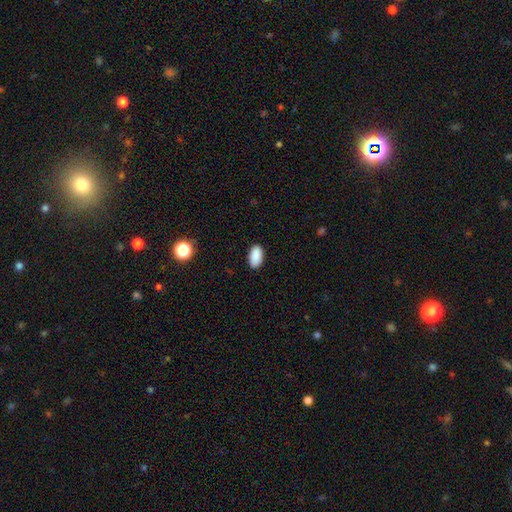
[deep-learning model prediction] smooth_or_featured: smooth (p=0.89) [alt: star or artifact p=0.08]
how_rounded: in between (p=0.95) [alt: round p=0.03]
merging: none (p=0.88) [alt: minor disturbance p=0.09]